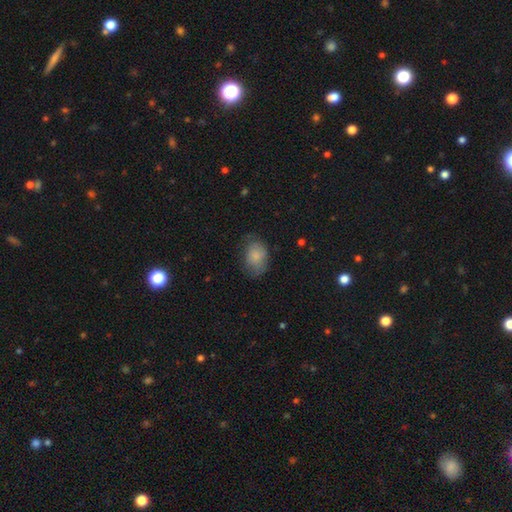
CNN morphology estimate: Smooth or featured? Predicted: smooth (p=0.82). How rounded? Predicted: in between (p=0.76). Merging? Predicted: none (p=0.62).